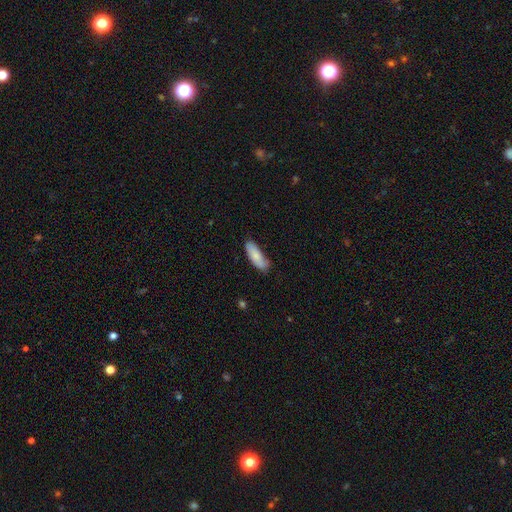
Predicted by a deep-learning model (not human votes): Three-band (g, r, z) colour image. It shows a smooth galaxy with no disk features (80%) that is in between round and cigar-shaped (63%). Merging: none (66%).